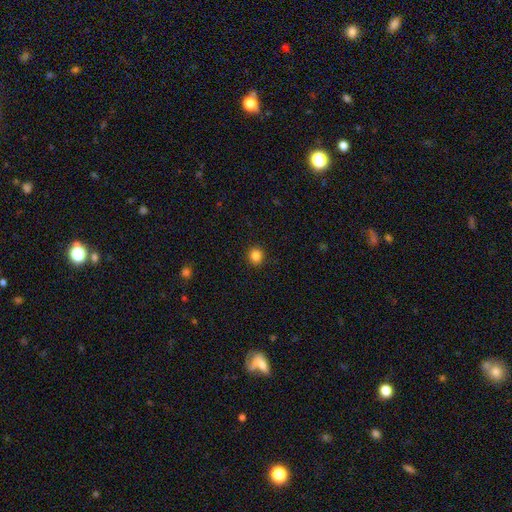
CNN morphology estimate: Smooth or featured? Predicted: smooth (p=0.84). How rounded? Predicted: round (p=0.89). Merging? Predicted: none (p=0.92).